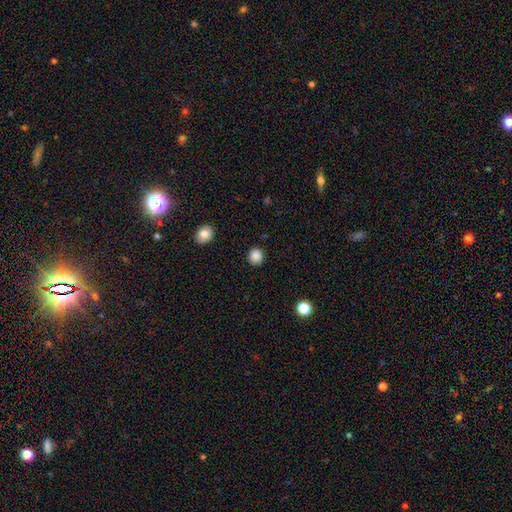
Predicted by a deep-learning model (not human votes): The model was most divided on "smooth or featured": smooth: 87%, star or artifact: 10%, featured or disk: 3%. More confident: merging — none (90%); how rounded — round (89%).